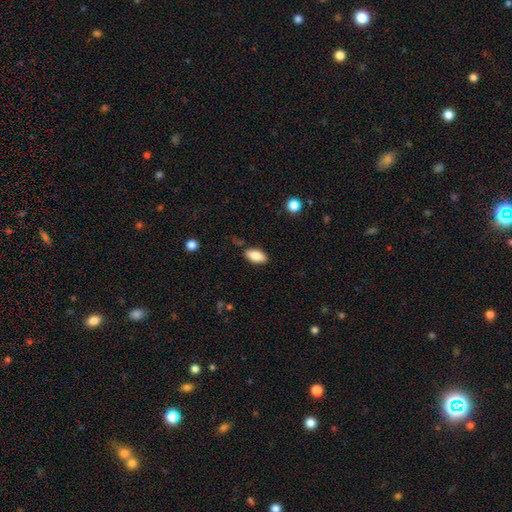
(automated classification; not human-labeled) Smooth or featured? smooth (83%)
How rounded? in between (93%)
Merging? none (85%)